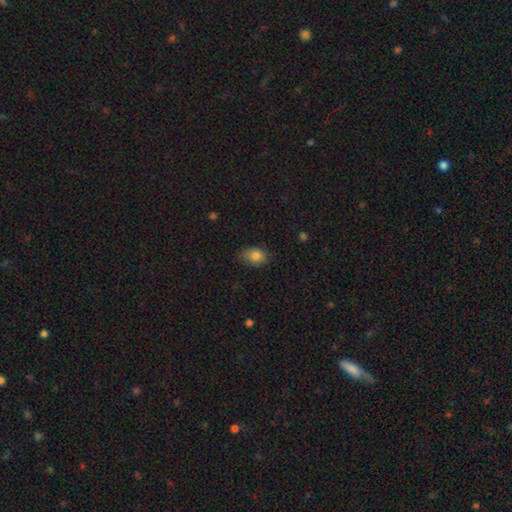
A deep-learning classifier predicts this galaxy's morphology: This appears to be a smooth galaxy with no disk features (83%) that is in between round and cigar-shaped (71%). Merging: none (62%).